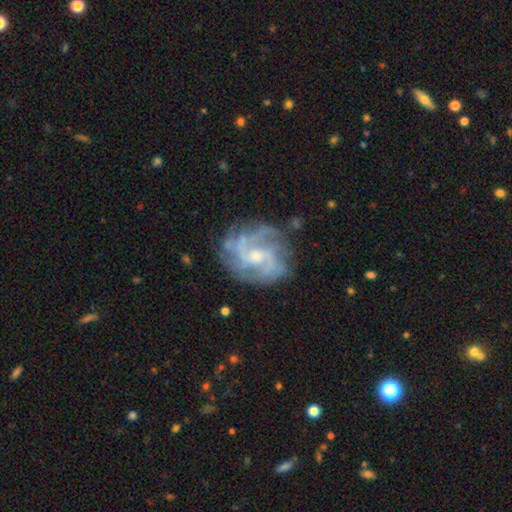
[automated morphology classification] The model was most divided on "spiral arm count": can't tell: 26%, 3: 24%, 2: 23%, 4: 15%, more than 4: 6%, 1: 6%. Remaining: edge-on disk — no (98%); spiral arms — yes (94%); smooth or featured — featured or disk (85%); merging — none (72%); bulge size — small (51%); bar — no (49%); spiral winding — medium (44%).